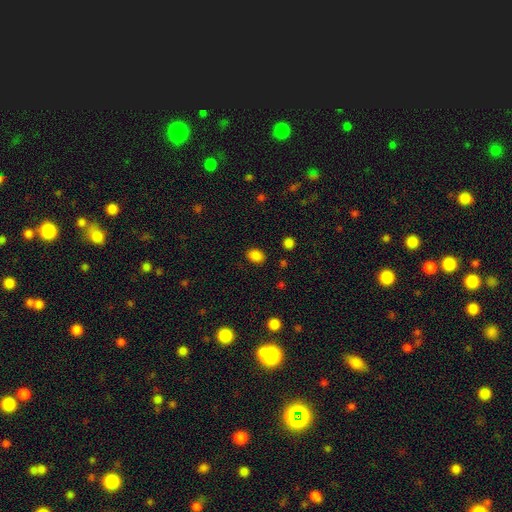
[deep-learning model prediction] Smooth or featured? Predicted: smooth (p=0.85). How rounded? Predicted: in between (p=0.74). Merging? Predicted: none (p=0.86).